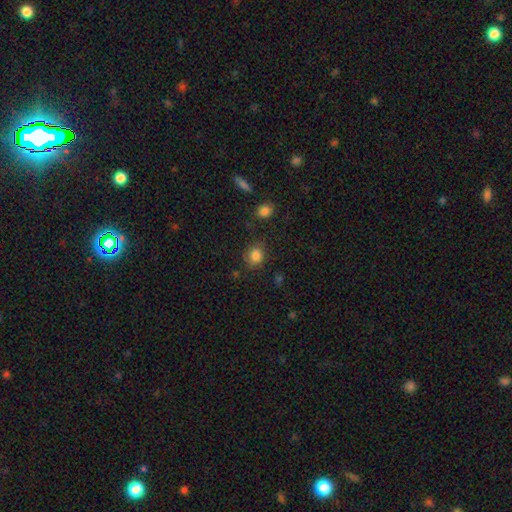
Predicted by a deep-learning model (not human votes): Overall: smooth (84%). How rounded: round (69%; in between 30%). Merging: none (78%).